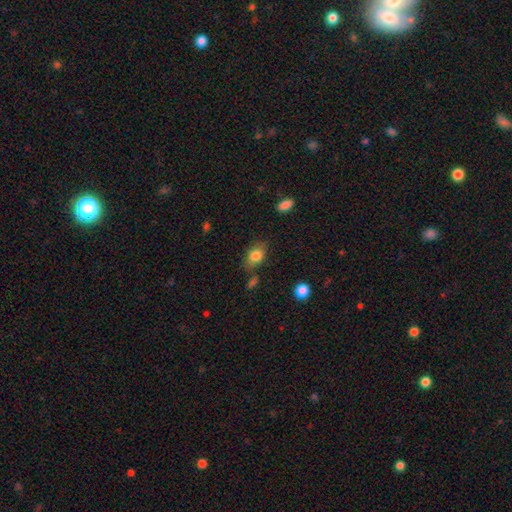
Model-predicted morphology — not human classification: A smooth galaxy with no disk features (82%) that is in between round and cigar-shaped (80%).

Vote fractions:
- Smooth or featured? smooth: 82% / featured or disk: 10% / star or artifact: 8%
- How rounded? in between: 80% / round: 18% / cigar-shaped: 2%
- Merging? none: 72% / minor disturbance: 17% / merger: 5% / major disturbance: 5%